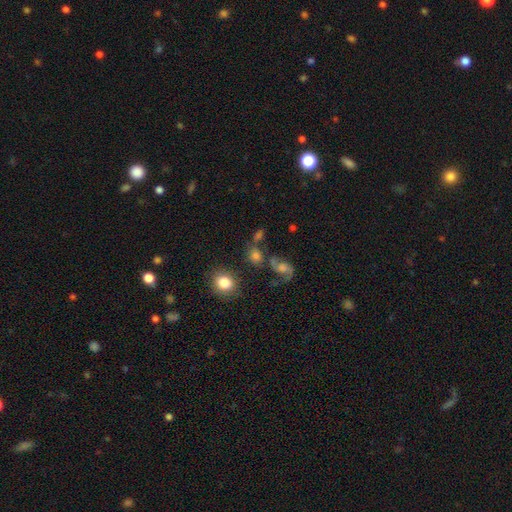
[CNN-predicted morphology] Smooth or featured? smooth (60%)
How rounded? round (65%)
Merging? none (56%)